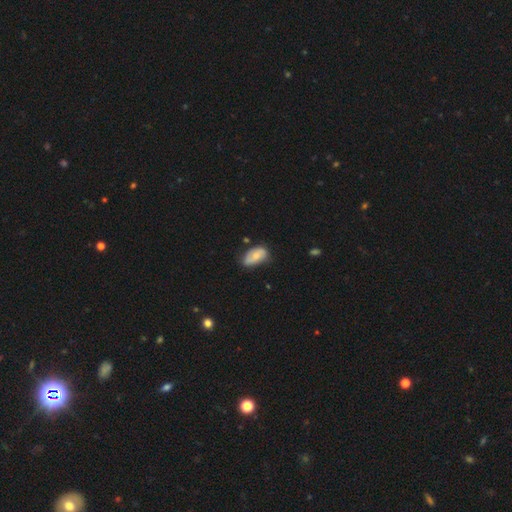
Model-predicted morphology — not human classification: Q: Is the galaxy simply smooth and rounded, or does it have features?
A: smooth — 64%.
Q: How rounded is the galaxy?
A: in between — 92%.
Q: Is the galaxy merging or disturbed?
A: none — 54%.